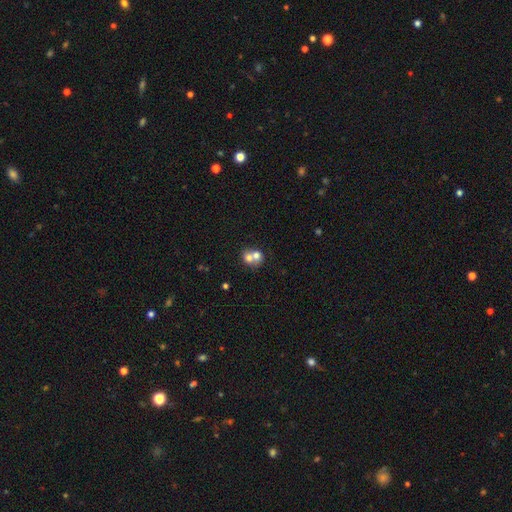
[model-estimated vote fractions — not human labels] A smooth galaxy with no disk features (66%) that is round (71%).

Vote fractions:
- Smooth or featured? smooth: 66% / featured or disk: 24% / star or artifact: 10%
- How rounded? round: 71% / in between: 28% / cigar-shaped: 1%
- Merging? merger: 69% / none: 23% / minor disturbance: 5% / major disturbance: 3%